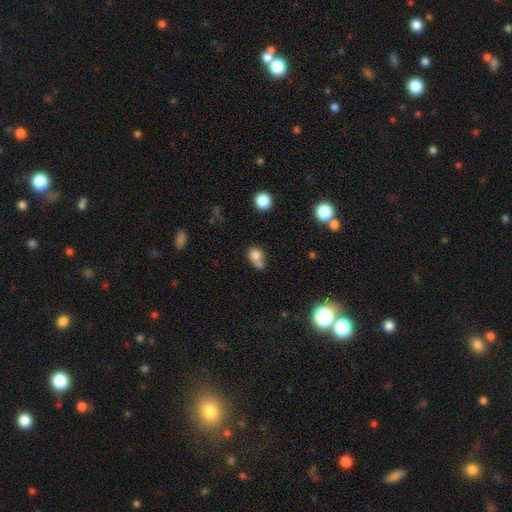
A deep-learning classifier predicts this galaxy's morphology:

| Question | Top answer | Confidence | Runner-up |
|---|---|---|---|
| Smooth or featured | smooth | 74% | featured or disk (13%) |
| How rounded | in between | 51% | round (47%) |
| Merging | merger | 36% | none (34%) |